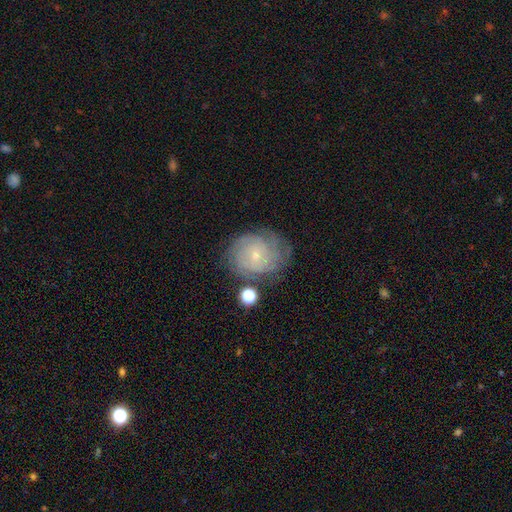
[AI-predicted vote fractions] This is likely a featured or disk galaxy (74%). It is clearly not viewed edge-on (98%). Bar: likely no (74%). Spiral arm pattern: clearly yes (92%). Spiral arm count: marginally can't tell (43%). Spiral winding: likely tight (75%). Central bulge: clearly small (80%). Merging: likely none (68%).